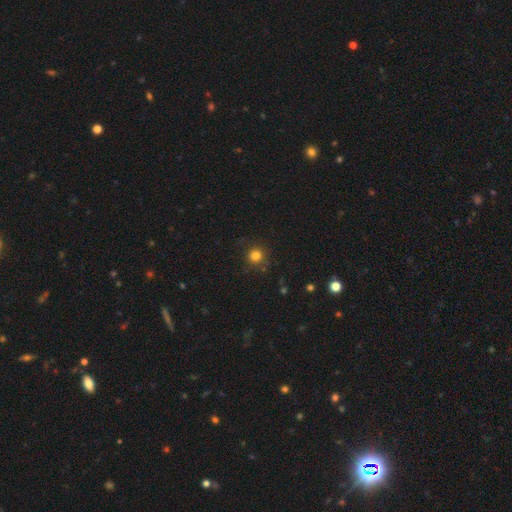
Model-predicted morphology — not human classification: Overall: smooth (80%). How rounded: round (94%). Merging: none (86%).